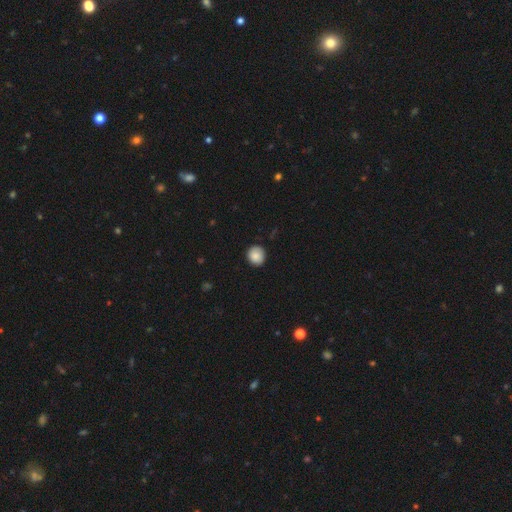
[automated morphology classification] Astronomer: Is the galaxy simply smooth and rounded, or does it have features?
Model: smooth — 86%.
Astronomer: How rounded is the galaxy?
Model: round — 86%.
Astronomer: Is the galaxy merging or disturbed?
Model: none — 86%.